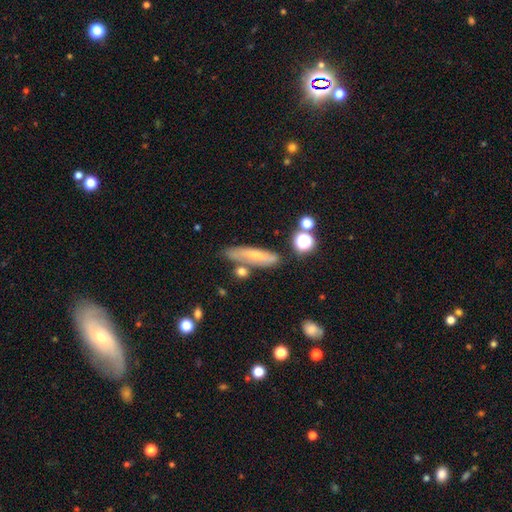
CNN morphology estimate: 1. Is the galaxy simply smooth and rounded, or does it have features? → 56% smooth, 34% featured or disk, 10% star or artifact.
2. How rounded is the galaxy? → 75% cigar-shaped, 22% in between, 3% round.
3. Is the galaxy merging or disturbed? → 66% none, 18% minor disturbance, 11% merger, 5% major disturbance.